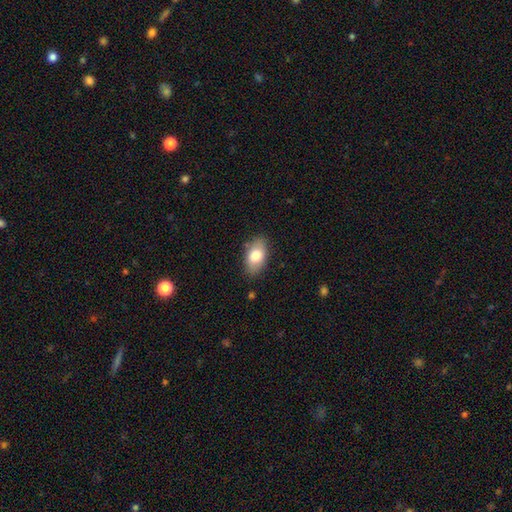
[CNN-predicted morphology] smooth_or_featured: smooth (p=0.78) [alt: featured or disk p=0.16]
how_rounded: in between (p=0.92) [alt: round p=0.06]
merging: none (p=0.82) [alt: minor disturbance p=0.14]